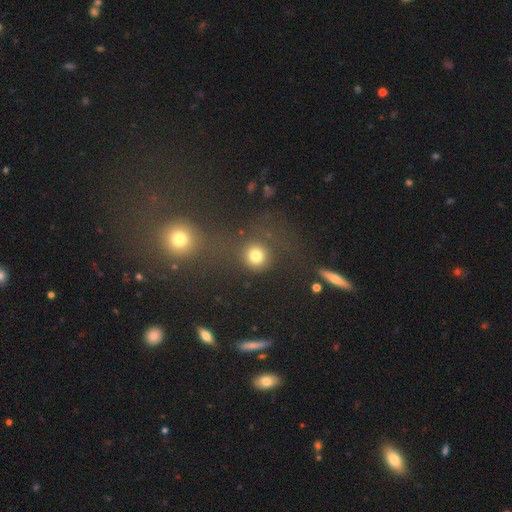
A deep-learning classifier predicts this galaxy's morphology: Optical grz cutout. It shows a smooth galaxy with no disk features (77%) that is round (89%). Merging: none (64%).